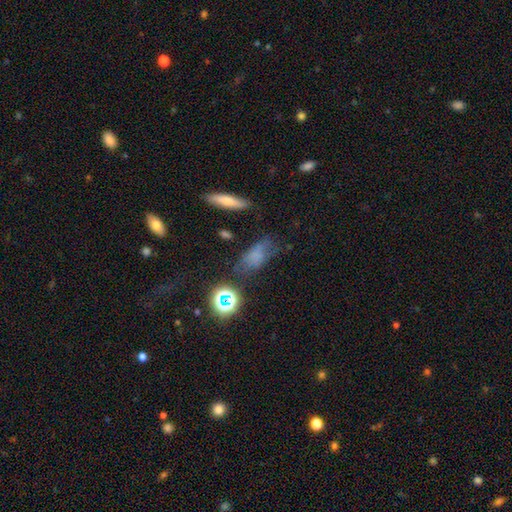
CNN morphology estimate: Smooth or featured?
  - smooth: 61% *
  - star or artifact: 20%
  - featured or disk: 20%
How rounded?
  - in between: 75% *
  - round: 13%
  - cigar-shaped: 12%
Merging?
  - none: 55% *
  - minor disturbance: 27%
  - major disturbance: 14%
  - merger: 5%